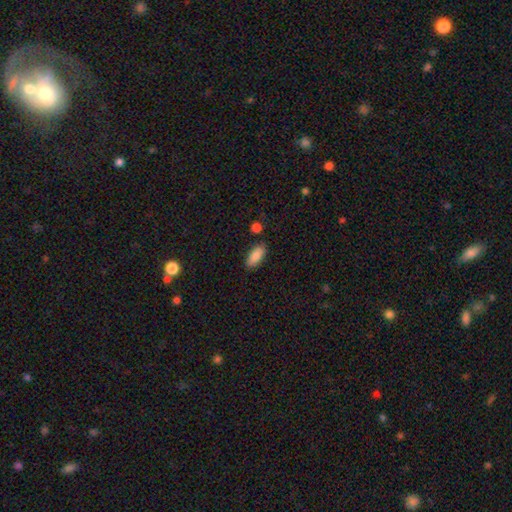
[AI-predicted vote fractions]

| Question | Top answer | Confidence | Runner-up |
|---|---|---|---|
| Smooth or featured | smooth | 88% | star or artifact (7%) |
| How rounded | in between | 83% | cigar-shaped (15%) |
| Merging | none | 85% | minor disturbance (10%) |